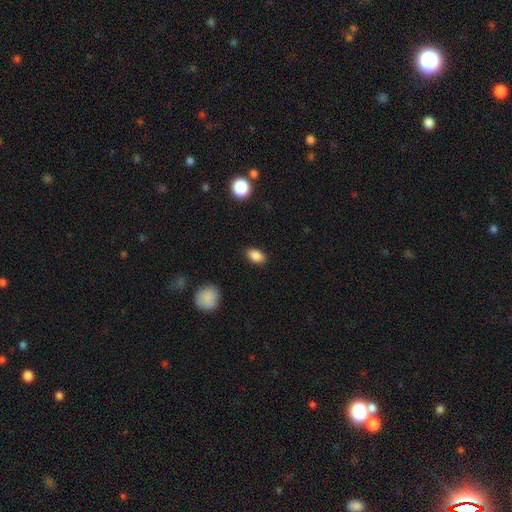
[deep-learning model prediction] smooth_or_featured: smooth (p=0.86) [alt: star or artifact p=0.09]
how_rounded: in between (p=0.86) [alt: round p=0.12]
merging: none (p=0.87) [alt: minor disturbance p=0.09]